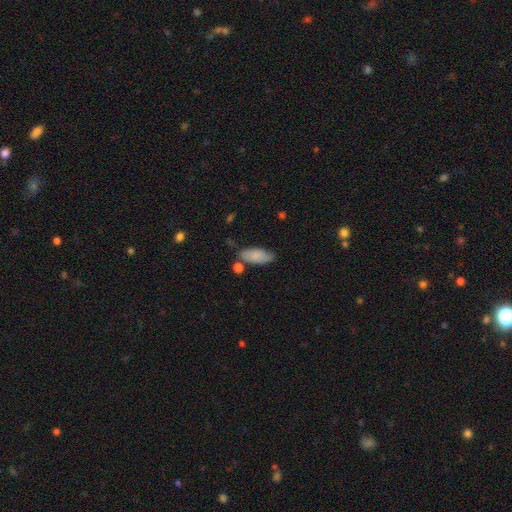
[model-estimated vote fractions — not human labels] Smooth or featured? smooth (82%)
How rounded? in between (85%)
Merging? none (68%)